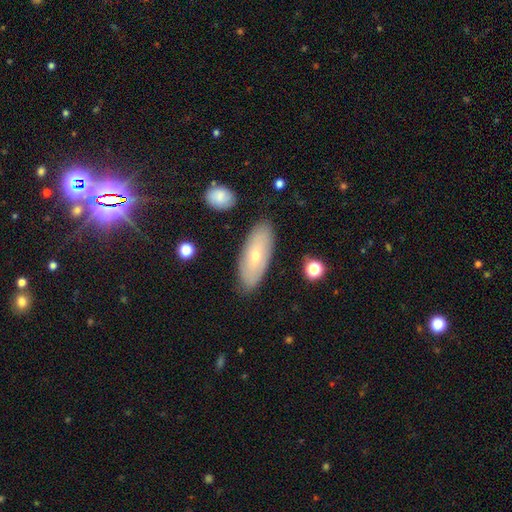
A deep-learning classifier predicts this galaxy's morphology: Q: Smooth or featured?
A: smooth (55%); runner-up: featured or disk (38%)
Q: How rounded?
A: in between (79%); runner-up: cigar-shaped (18%)
Q: Merging?
A: none (84%); runner-up: minor disturbance (12%)